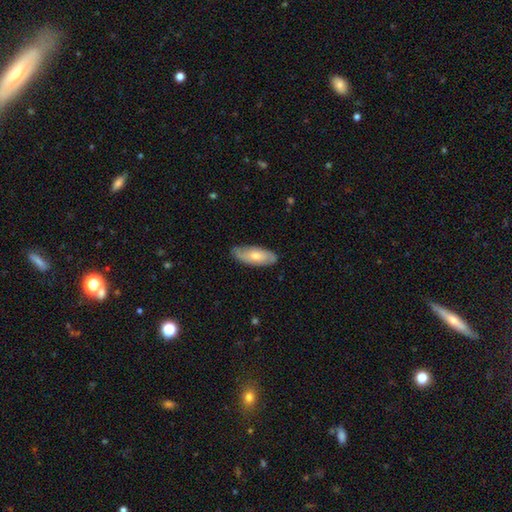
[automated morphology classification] Smooth or featured: smooth — 51% (featured or disk — 43%)
How rounded: in between — 77% (cigar-shaped — 21%)
Merging: none — 81% (minor disturbance — 15%)